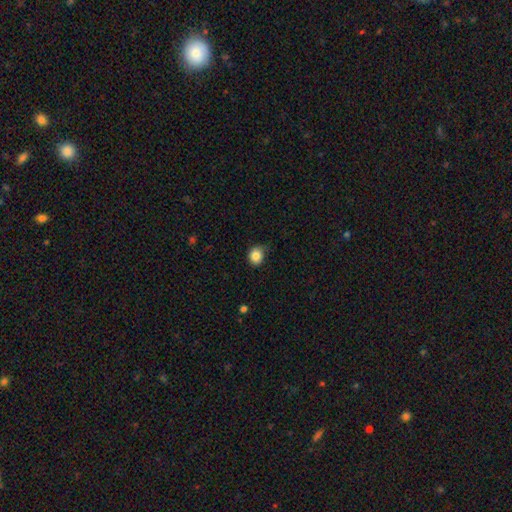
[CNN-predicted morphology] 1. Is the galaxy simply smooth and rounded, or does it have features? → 84% smooth, 10% star or artifact, 5% featured or disk.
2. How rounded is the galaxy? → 80% round, 19% in between, 1% cigar-shaped.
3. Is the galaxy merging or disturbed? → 75% none, 20% minor disturbance, 4% major disturbance, 1% merger.